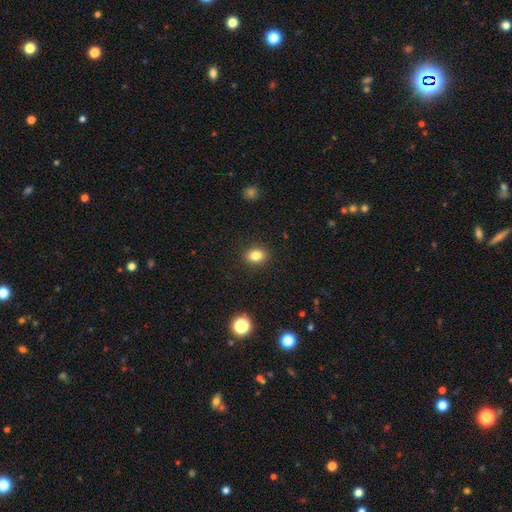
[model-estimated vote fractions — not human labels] A smooth galaxy with no disk features (83%) that is in between round and cigar-shaped (58%).

Vote fractions:
- Smooth or featured? smooth: 83% / star or artifact: 11% / featured or disk: 6%
- How rounded? in between: 58% / round: 41% / cigar-shaped: 1%
- Merging? none: 89% / minor disturbance: 7% / major disturbance: 2% / merger: 1%